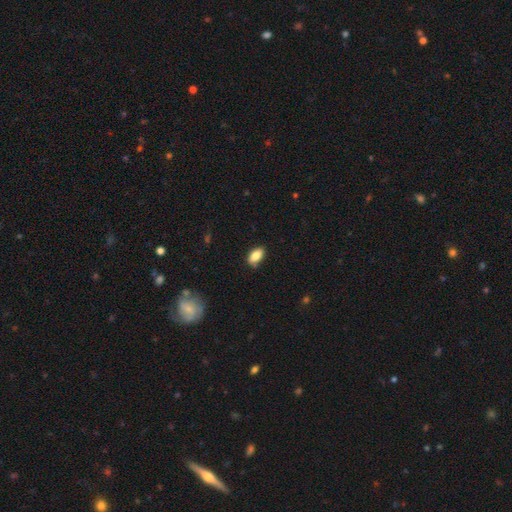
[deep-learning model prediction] A smooth galaxy with no disk features (83%) that is in between round and cigar-shaped (91%).

Vote fractions:
- Smooth or featured? smooth: 83% / featured or disk: 10% / star or artifact: 7%
- How rounded? in between: 91% / round: 5% / cigar-shaped: 5%
- Merging? none: 77% / minor disturbance: 18% / major disturbance: 3% / merger: 2%